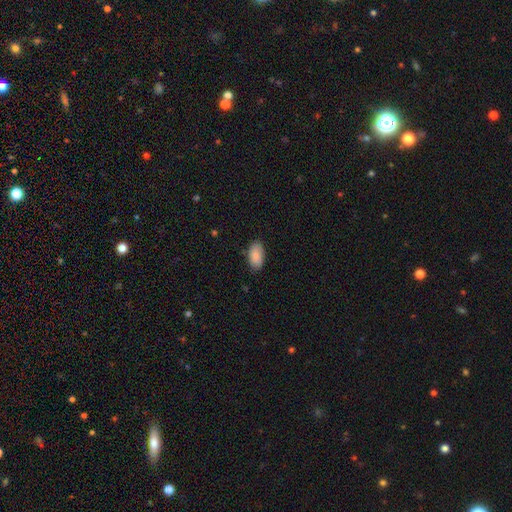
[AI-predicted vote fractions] This appears to be a smooth galaxy with no disk features (90%) that is in between round and cigar-shaped (95%). Merging: none (84%).